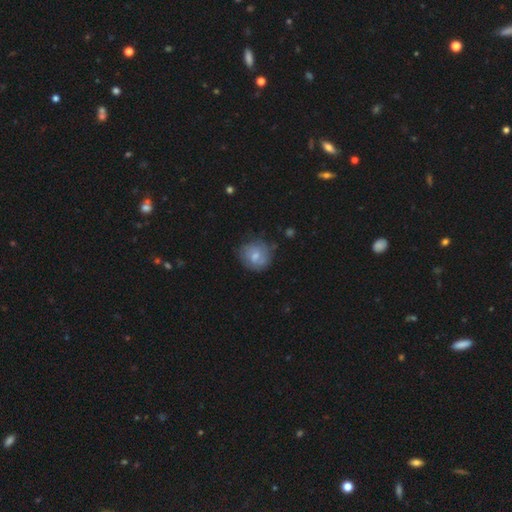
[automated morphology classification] smooth-or-featured: smooth: 58% | featured or disk: 34% | star or artifact: 7%
  how-rounded: round: 82% | in between: 17% | cigar-shaped: 1%
  merging: none: 69% | minor disturbance: 22% | major disturbance: 7% | merger: 2%